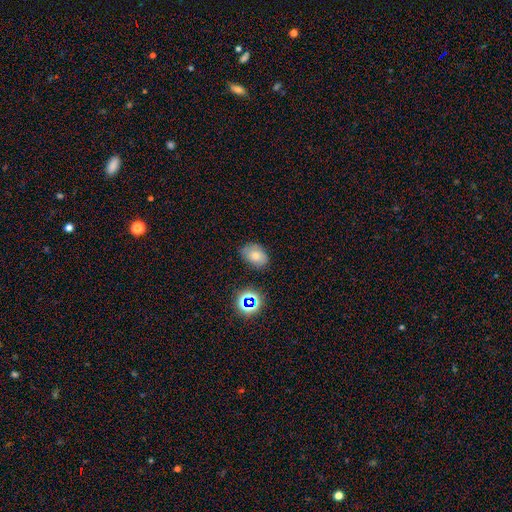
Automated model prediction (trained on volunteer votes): Smooth or featured? Predicted: smooth (p=0.67). How rounded? Predicted: in between (p=0.77). Merging? Predicted: none (p=0.74).